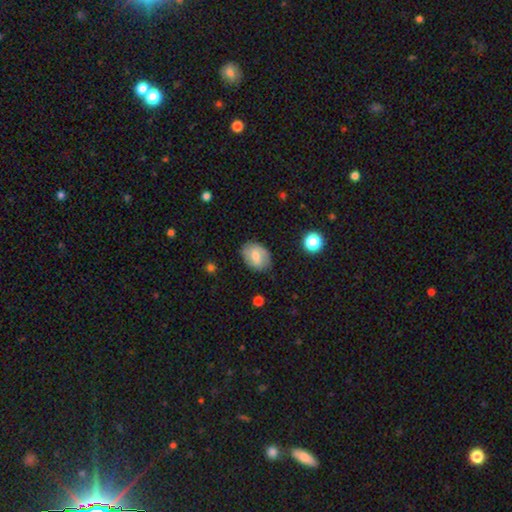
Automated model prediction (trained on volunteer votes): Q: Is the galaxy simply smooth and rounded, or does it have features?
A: smooth — 59%.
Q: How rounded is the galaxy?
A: in between — 69%.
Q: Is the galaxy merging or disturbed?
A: none — 77%.